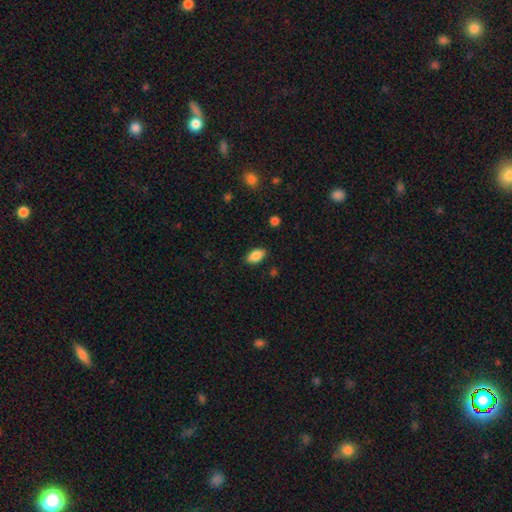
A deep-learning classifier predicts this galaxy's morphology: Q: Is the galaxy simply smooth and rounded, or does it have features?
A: smooth — 86%.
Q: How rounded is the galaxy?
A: in between — 91%.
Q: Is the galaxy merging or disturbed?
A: none — 86%.